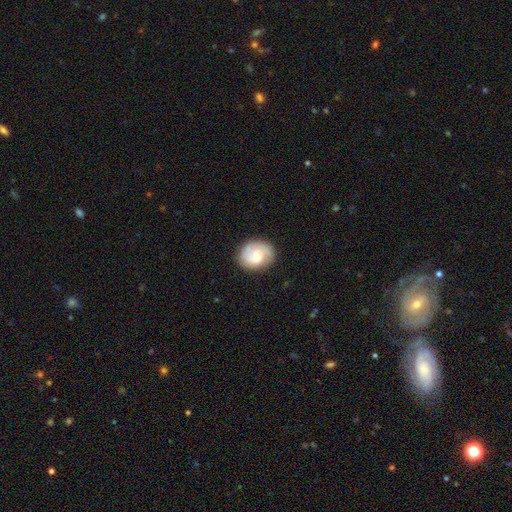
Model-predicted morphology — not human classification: Smooth or featured?
  - smooth: 48% *
  - featured or disk: 45%
  - star or artifact: 7%
Merging?
  - none: 79% *
  - minor disturbance: 14%
  - major disturbance: 5%
  - merger: 1%